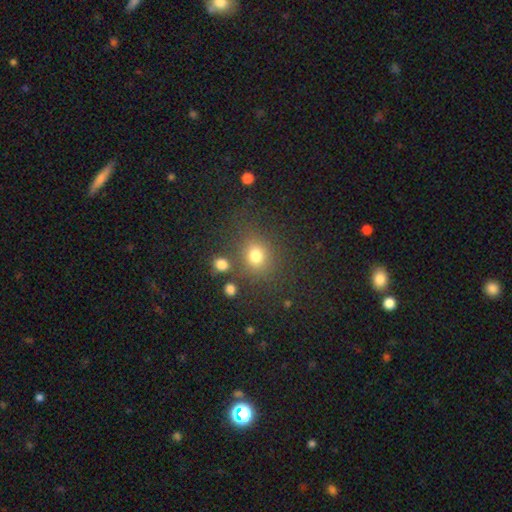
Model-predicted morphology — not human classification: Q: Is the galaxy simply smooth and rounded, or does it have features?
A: smooth — 76%.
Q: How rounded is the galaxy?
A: round — 75%.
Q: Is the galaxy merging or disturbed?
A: none — 74%.